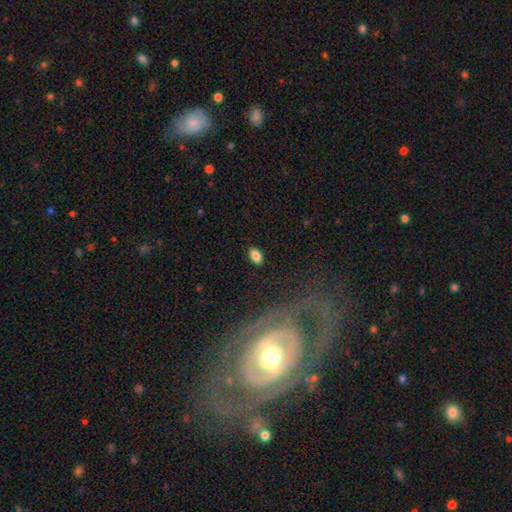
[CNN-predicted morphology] type=smooth (84%); roundness=in between (90%); merging=none (87%).